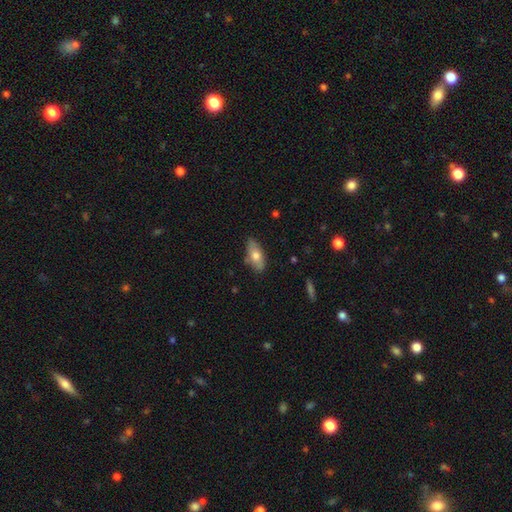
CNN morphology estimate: smooth-or-featured: smooth: 69% | featured or disk: 25% | star or artifact: 6%
  how-rounded: in between: 86% | cigar-shaped: 11% | round: 3%
  merging: none: 77% | minor disturbance: 18% | major disturbance: 3% | merger: 2%